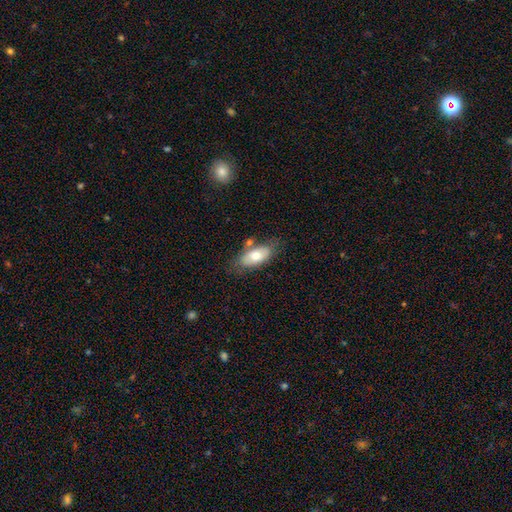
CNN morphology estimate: Smooth or featured?
  - smooth: 69% *
  - featured or disk: 24%
  - star or artifact: 7%
How rounded?
  - in between: 88% *
  - cigar-shaped: 9%
  - round: 3%
Merging?
  - none: 68% *
  - minor disturbance: 17%
  - merger: 11%
  - major disturbance: 5%